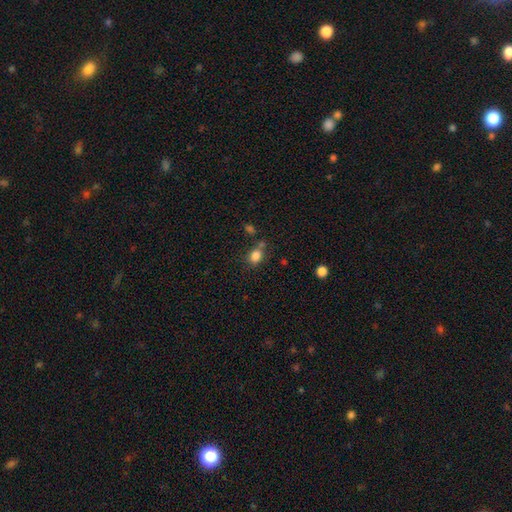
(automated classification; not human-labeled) smooth-or-featured: smooth: 83% | star or artifact: 12% | featured or disk: 5%
  how-rounded: in between: 56% | round: 43% | cigar-shaped: 1%
  merging: none: 61% | merger: 16% | minor disturbance: 16% | major disturbance: 6%